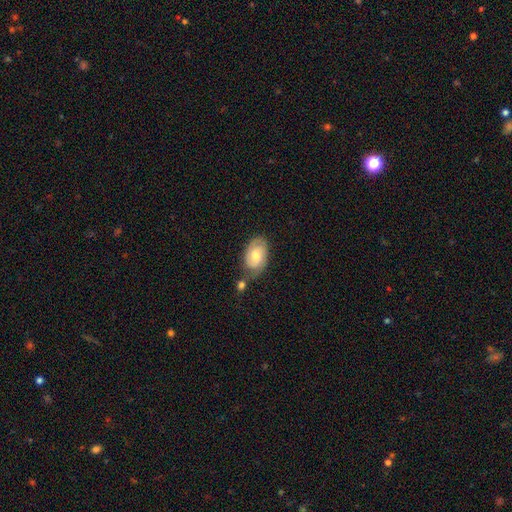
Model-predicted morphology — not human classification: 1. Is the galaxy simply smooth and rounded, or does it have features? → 57% featured or disk, 36% smooth, 7% star or artifact.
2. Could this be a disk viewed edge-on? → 96% no, 4% yes.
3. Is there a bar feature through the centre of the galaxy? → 54% no, 39% weak, 7% strong.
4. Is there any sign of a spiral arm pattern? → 86% yes, 14% no.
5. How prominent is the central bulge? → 65% moderate, 20% small, 11% large, 2% none, 1% dominant.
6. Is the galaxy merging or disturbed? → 57% none, 21% minor disturbance, 14% merger, 8% major disturbance.